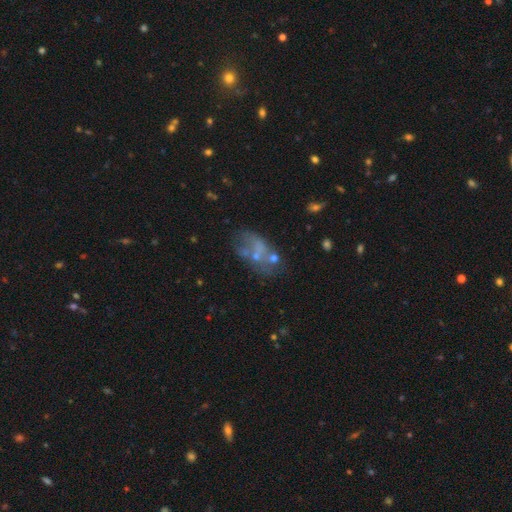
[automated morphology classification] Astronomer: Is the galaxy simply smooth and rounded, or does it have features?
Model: featured or disk — 47% (runner-up: smooth, 36%).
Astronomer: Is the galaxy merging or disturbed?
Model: none — 38% (runner-up: major disturbance, 24%).